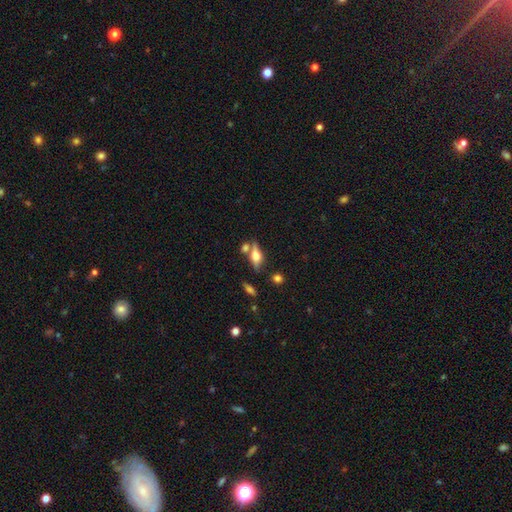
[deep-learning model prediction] Smooth or featured?
  - featured or disk: 47% *
  - smooth: 44%
  - star or artifact: 10%
Merging?
  - none: 64% *
  - merger: 18%
  - minor disturbance: 13%
  - major disturbance: 5%